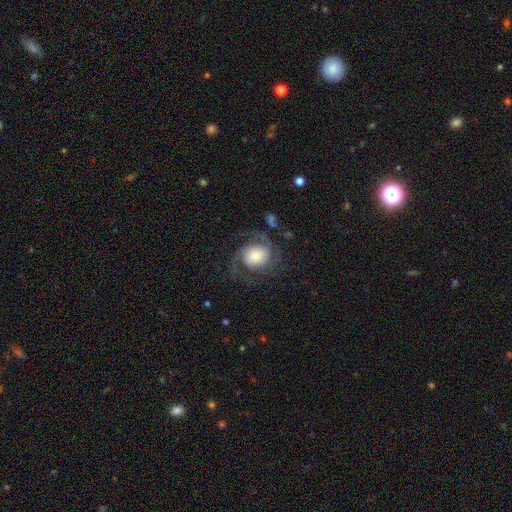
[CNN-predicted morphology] A featured or disk galaxy (81%) with no bar (69%), 2 (57%) medium (48%) spiral arms (97%) and a large central bulge (38%). Merging: none (65%).